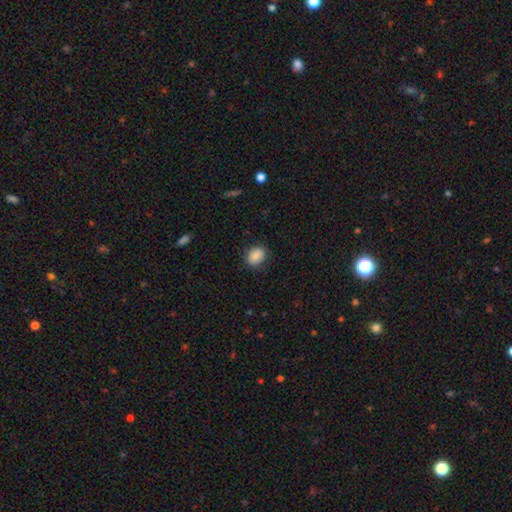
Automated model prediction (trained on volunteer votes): Smooth or featured? Predicted: smooth (p=0.86). How rounded? Predicted: in between (p=0.53). Merging? Predicted: none (p=0.84).